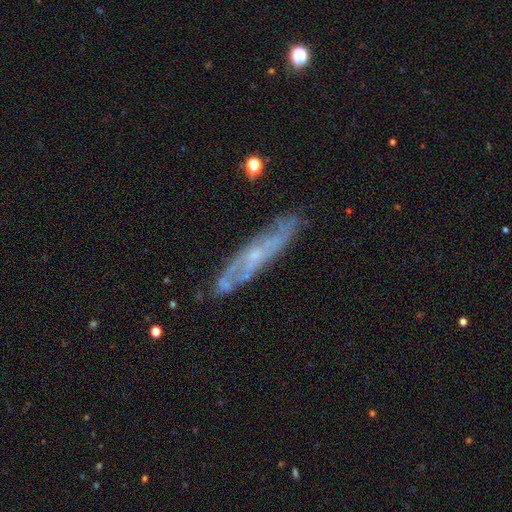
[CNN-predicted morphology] smooth-or-featured: featured or disk: 70% | smooth: 22% | star or artifact: 8%
  disk-edge-on: yes: 50% (tied) | no: 50% (tied)
  merging: none: 78% | minor disturbance: 16% | major disturbance: 4% | merger: 3%